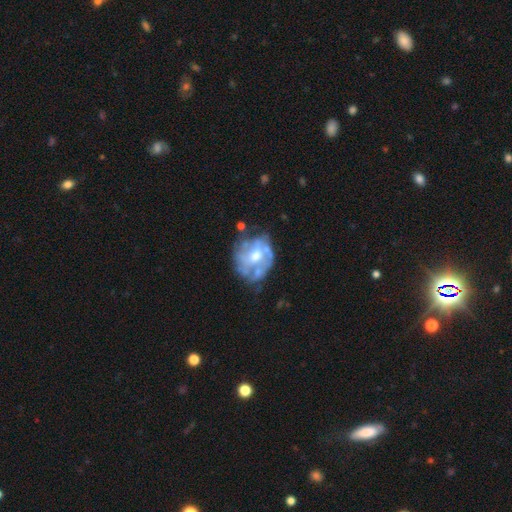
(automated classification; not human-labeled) The model was most divided on "merging": none: 49%, minor disturbance: 23%, major disturbance: 19%, merger: 9%. More confident: edge-on disk — no (97%); smooth or featured — featured or disk (70%); bar — no (69%); bulge size — moderate (68%); spiral arms — no (64%).